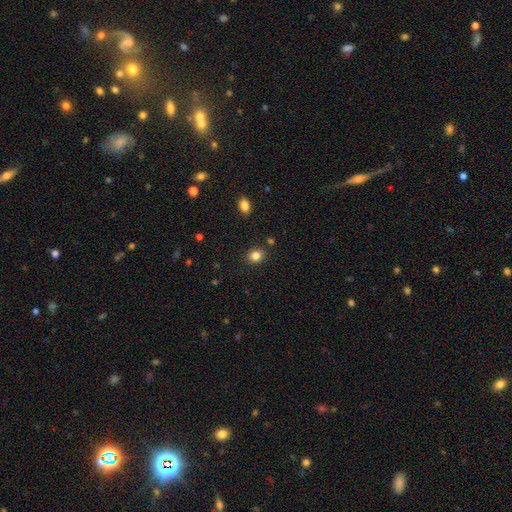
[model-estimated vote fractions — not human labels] Q: Smooth or featured?
A: smooth (83%); runner-up: star or artifact (11%)
Q: How rounded?
A: round (60%); runner-up: in between (39%)
Q: Merging?
A: none (86%); runner-up: minor disturbance (9%)